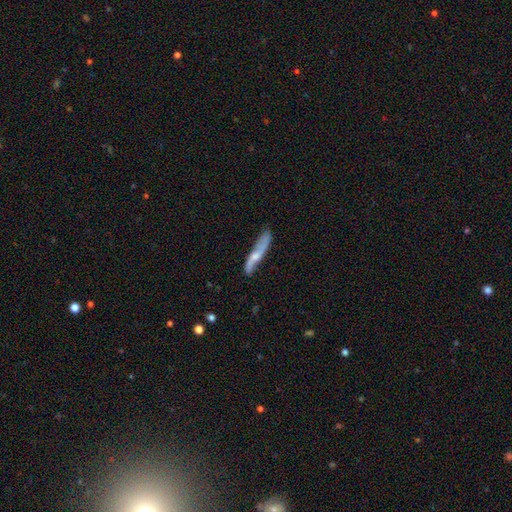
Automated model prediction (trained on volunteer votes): Smooth or featured?
  - featured or disk: 55% *
  - smooth: 40%
  - star or artifact: 5%
Edge-on disk?
  - yes: 55% *
  - no: 45%
Merging?
  - none: 68% *
  - minor disturbance: 23%
  - major disturbance: 6%
  - merger: 3%